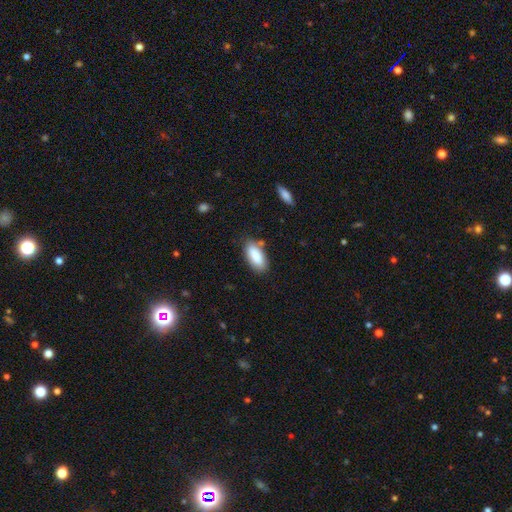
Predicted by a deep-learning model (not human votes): Smooth or featured: smooth — 87% (featured or disk — 7%)
How rounded: in between — 87% (cigar-shaped — 11%)
Merging: none — 78% (minor disturbance — 15%)